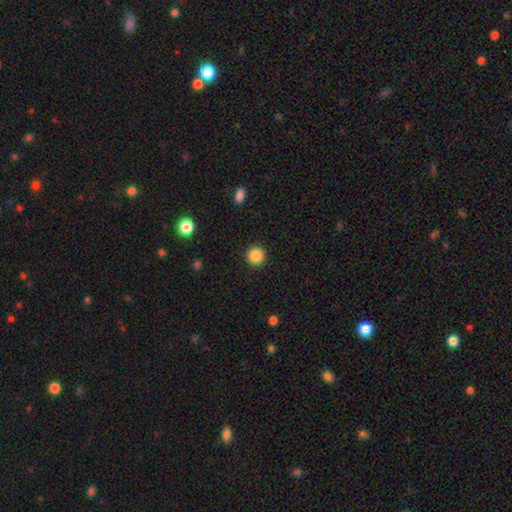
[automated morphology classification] Smooth or featured? Predicted: smooth (p=0.88). How rounded? Predicted: round (p=0.95). Merging? Predicted: none (p=0.92).